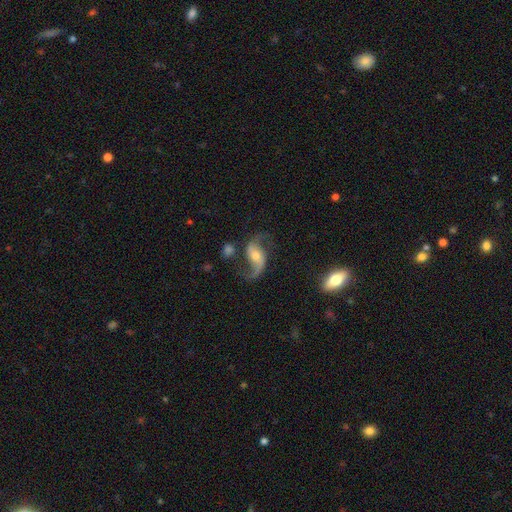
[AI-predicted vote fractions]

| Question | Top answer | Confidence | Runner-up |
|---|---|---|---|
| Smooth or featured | featured or disk | 86% | smooth (8%) |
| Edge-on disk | no | 97% | yes (3%) |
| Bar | no | 43% | weak (36%) |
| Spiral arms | yes | 96% | no (4%) |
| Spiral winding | loose | 77% | medium (19%) |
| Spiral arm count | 2 | 89% | 1 (7%) |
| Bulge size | moderate | 55% | small (36%) |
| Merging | none | 66% | minor disturbance (16%) |